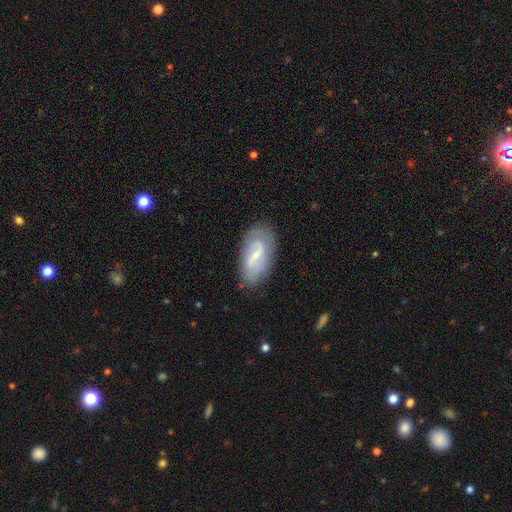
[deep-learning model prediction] Smooth or featured?
  - featured or disk: 66% *
  - smooth: 27%
  - star or artifact: 6%
Edge-on disk?
  - no: 94% *
  - yes: 6%
Bar?
  - weak: 54% *
  - strong: 30%
  - no: 16%
Spiral arms?
  - yes: 80% *
  - no: 20%
Bulge size?
  - small: 67% *
  - moderate: 23%
  - none: 8%
  - large: 2%
  - dominant: 1%
Merging?
  - none: 78% *
  - minor disturbance: 16%
  - major disturbance: 5%
  - merger: 2%